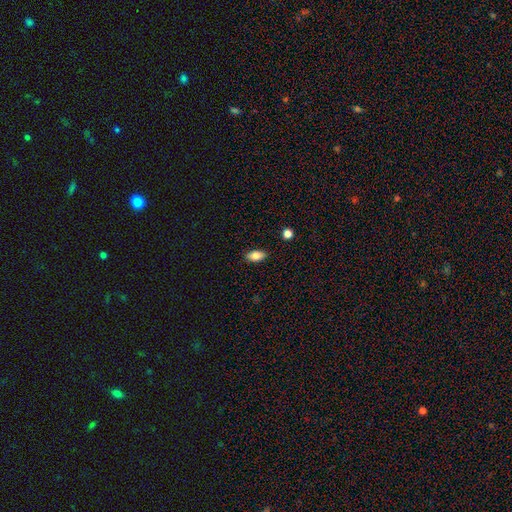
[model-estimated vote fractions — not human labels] Overall: smooth (81%). How rounded: in between (89%). Merging: none (88%).